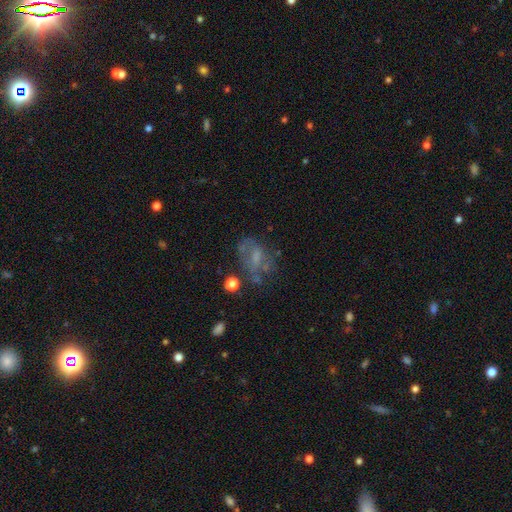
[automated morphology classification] type=featured or disk (48%); merging=none (47%).